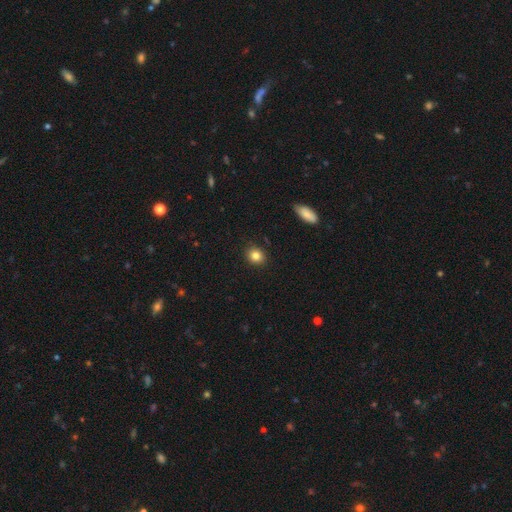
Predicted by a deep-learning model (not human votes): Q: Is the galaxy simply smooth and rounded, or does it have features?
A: smooth — 84%.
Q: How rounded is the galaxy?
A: round — 68%.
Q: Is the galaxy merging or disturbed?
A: none — 89%.